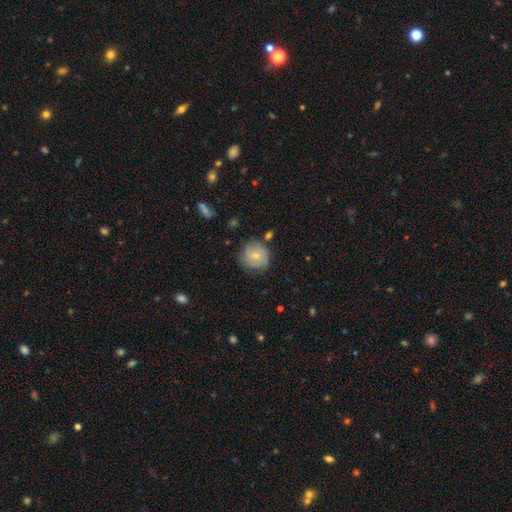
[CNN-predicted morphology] The model was most divided on "smooth or featured": smooth: 56%, featured or disk: 36%, star or artifact: 8%. More confident: how rounded — round (90%); merging — none (71%).